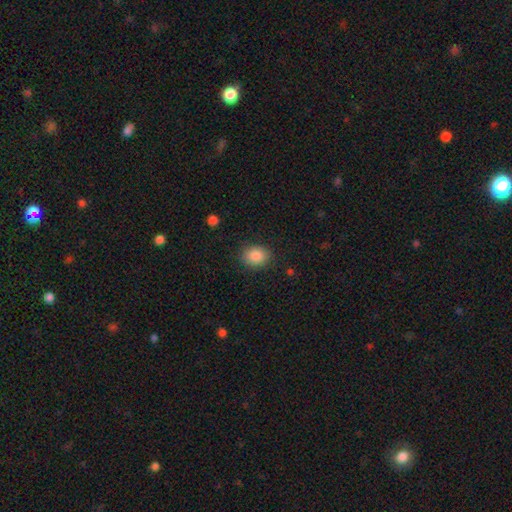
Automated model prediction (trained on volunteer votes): smooth_or_featured: smooth (p=0.87) [alt: star or artifact p=0.08]
how_rounded: in between (p=0.54) [alt: round p=0.45]
merging: none (p=0.85) [alt: minor disturbance p=0.11]